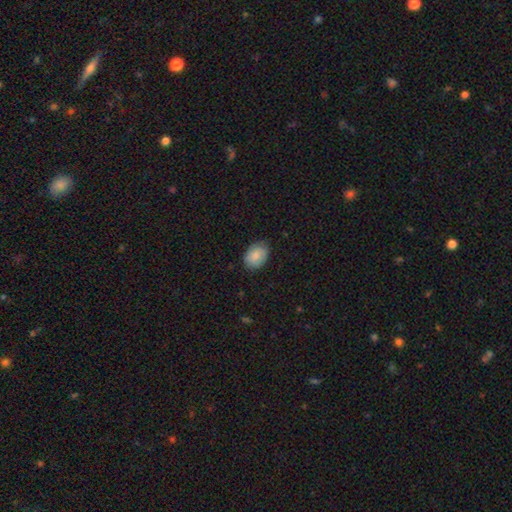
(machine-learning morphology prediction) Smooth or featured?
  - smooth: 86% *
  - featured or disk: 7%
  - star or artifact: 7%
How rounded?
  - in between: 75% *
  - round: 24%
  - cigar-shaped: 1%
Merging?
  - none: 81% *
  - minor disturbance: 16%
  - major disturbance: 3%
  - merger: 1%